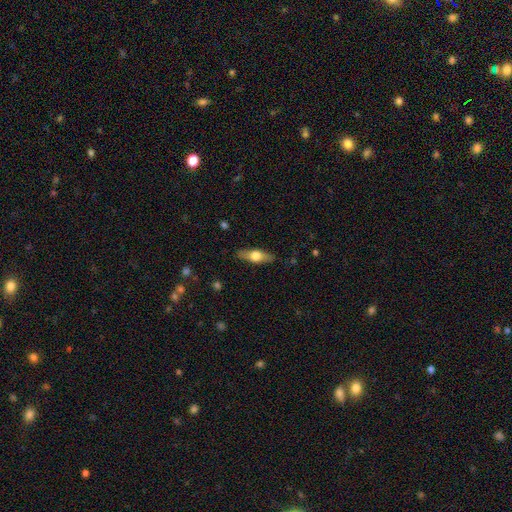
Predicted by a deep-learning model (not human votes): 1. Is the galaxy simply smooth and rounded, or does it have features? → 51% smooth, 44% featured or disk, 6% star or artifact.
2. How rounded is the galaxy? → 51% in between, 46% cigar-shaped, 4% round.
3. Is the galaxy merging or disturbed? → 87% none, 9% minor disturbance, 2% major disturbance, 1% merger.